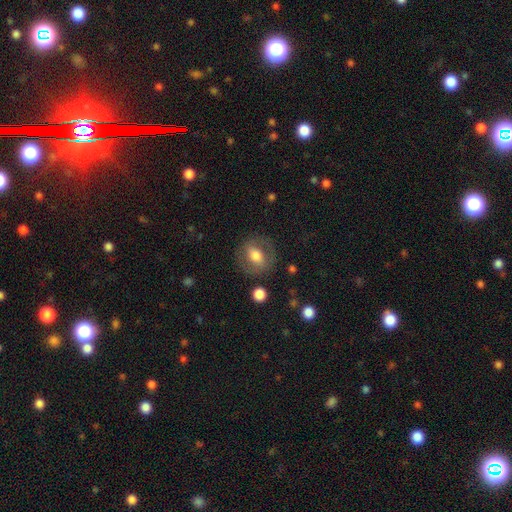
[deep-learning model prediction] The model was most divided on "how rounded": round: 57%, in between: 41%, cigar-shaped: 2%. More confident: merging — none (78%); smooth or featured — smooth (56%).